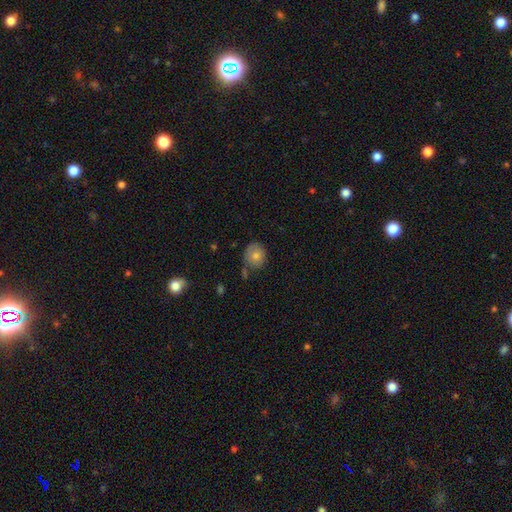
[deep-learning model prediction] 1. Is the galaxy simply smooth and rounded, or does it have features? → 75% smooth, 15% featured or disk, 9% star or artifact.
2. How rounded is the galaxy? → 79% round, 20% in between, 1% cigar-shaped.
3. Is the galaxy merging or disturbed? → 67% none, 21% minor disturbance, 7% merger, 5% major disturbance.